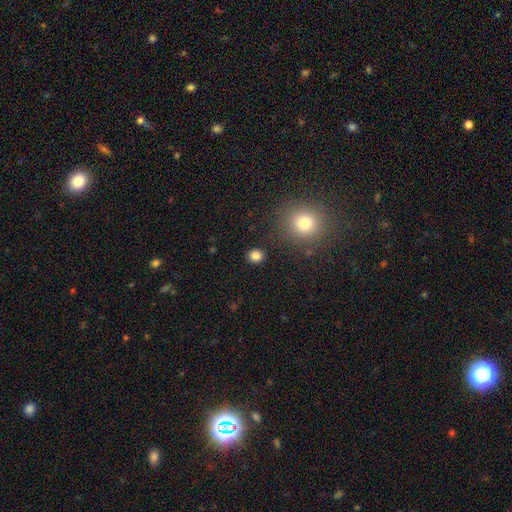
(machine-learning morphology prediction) smooth 83%, star or artifact 13%, featured or disk 4%. Down the decision tree: how rounded — round (73%); merging — none (89%).